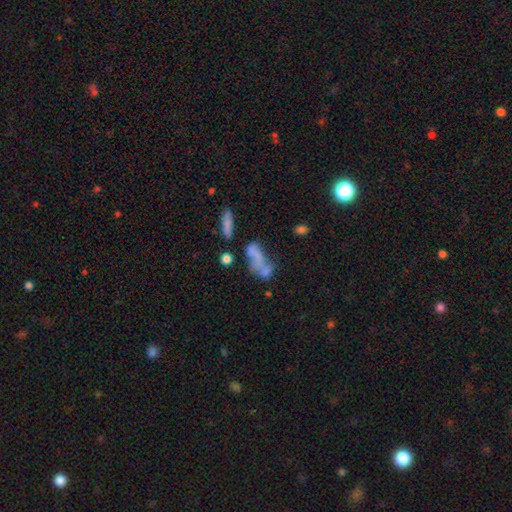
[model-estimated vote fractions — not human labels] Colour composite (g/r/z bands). It shows a smooth galaxy with no disk features (55%) that is in between round and cigar-shaped (72%). Merging: merger (36%).